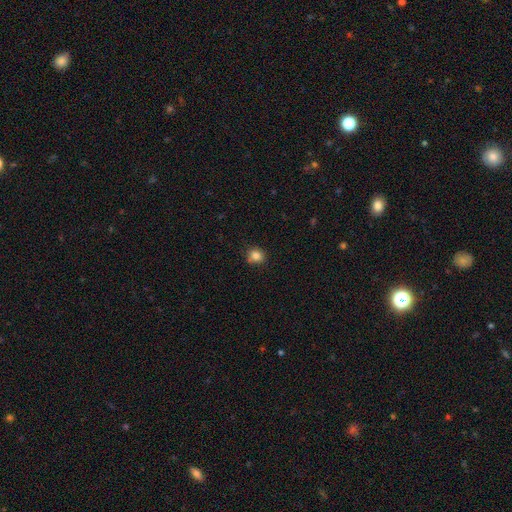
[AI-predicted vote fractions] Q: Smooth or featured?
A: smooth (84%); runner-up: star or artifact (11%)
Q: How rounded?
A: round (81%); runner-up: in between (18%)
Q: Merging?
A: none (76%); runner-up: minor disturbance (16%)